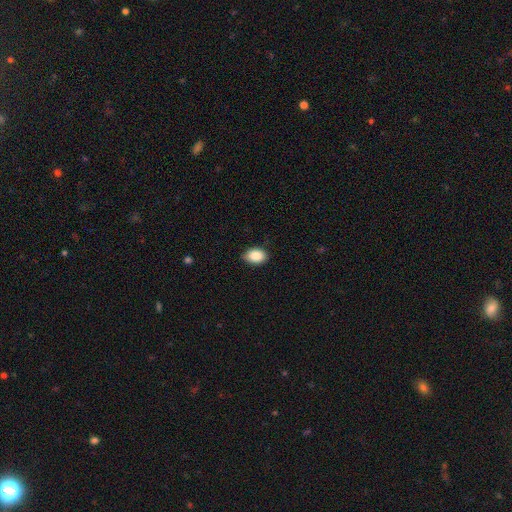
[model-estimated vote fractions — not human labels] smooth_or_featured: smooth (p=0.88) [alt: star or artifact p=0.07]
how_rounded: in between (p=0.84) [alt: round p=0.15]
merging: none (p=0.84) [alt: minor disturbance p=0.13]